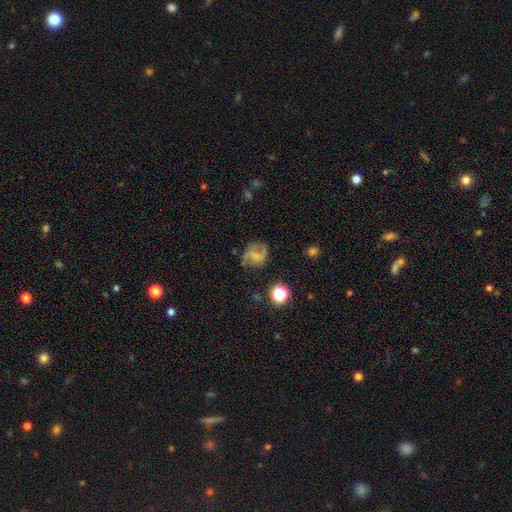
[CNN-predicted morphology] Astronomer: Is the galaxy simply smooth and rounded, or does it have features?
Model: featured or disk — 54% (runner-up: smooth, 32%).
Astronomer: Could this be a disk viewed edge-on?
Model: no — 98%.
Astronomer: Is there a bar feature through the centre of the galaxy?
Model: no — 51% (runner-up: weak, 37%).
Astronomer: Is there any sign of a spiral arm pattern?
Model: yes — 83%.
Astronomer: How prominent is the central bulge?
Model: none — 45% (runner-up: small, 37%).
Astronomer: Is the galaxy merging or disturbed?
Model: none — 61%.